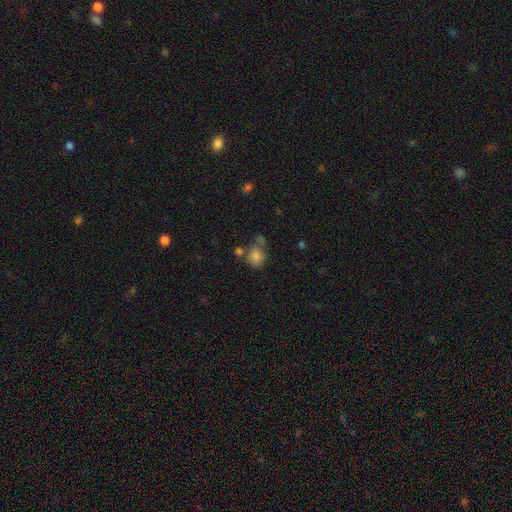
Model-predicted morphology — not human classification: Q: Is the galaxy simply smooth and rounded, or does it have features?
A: smooth — 80%.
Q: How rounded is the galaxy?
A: round — 63%.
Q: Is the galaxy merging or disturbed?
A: none — 52%.